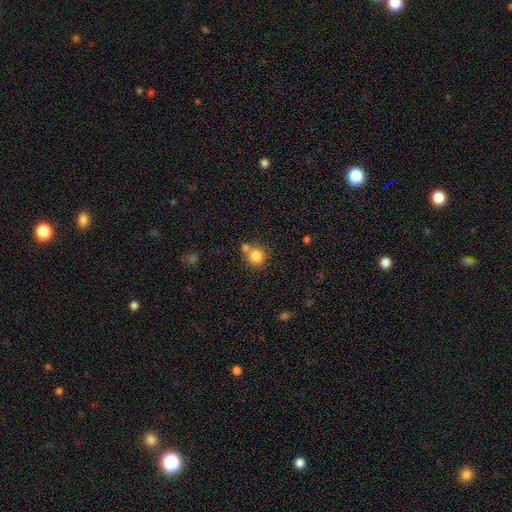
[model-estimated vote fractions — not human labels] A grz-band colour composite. It shows a smooth galaxy with no disk features (83%) that is round (90%). Merging: none (59%).